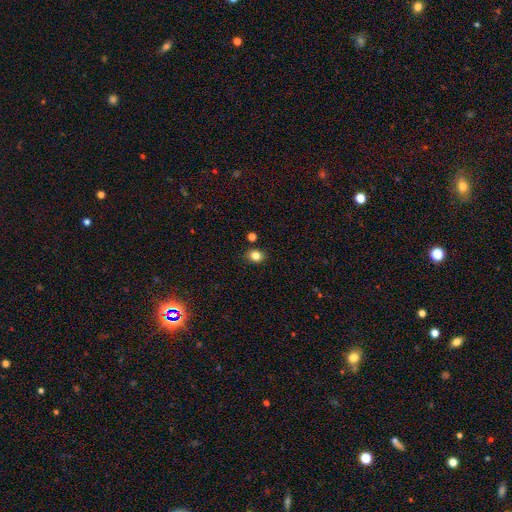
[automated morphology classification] smooth 82%, star or artifact 12%, featured or disk 6%. Down the decision tree: how rounded — round (60%); merging — none (84%).